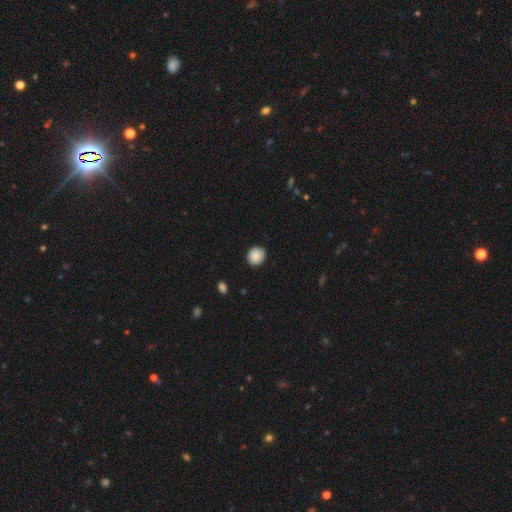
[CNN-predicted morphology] smooth 88%, star or artifact 8%, featured or disk 5%. Down the decision tree: how rounded — round (77%); merging — none (83%).